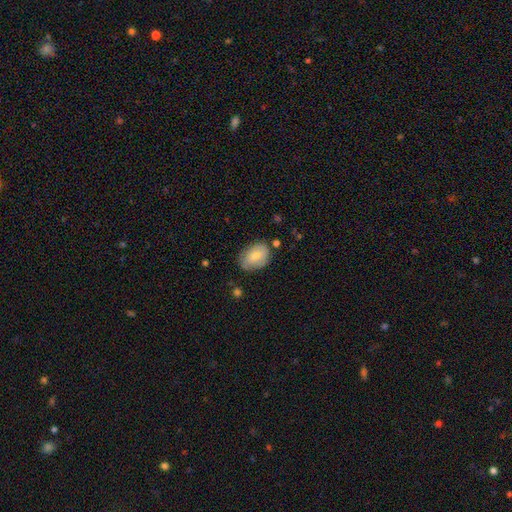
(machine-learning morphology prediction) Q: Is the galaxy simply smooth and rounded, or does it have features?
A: smooth — 71%.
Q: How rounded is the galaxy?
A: in between — 82%.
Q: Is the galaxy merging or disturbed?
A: none — 68%.